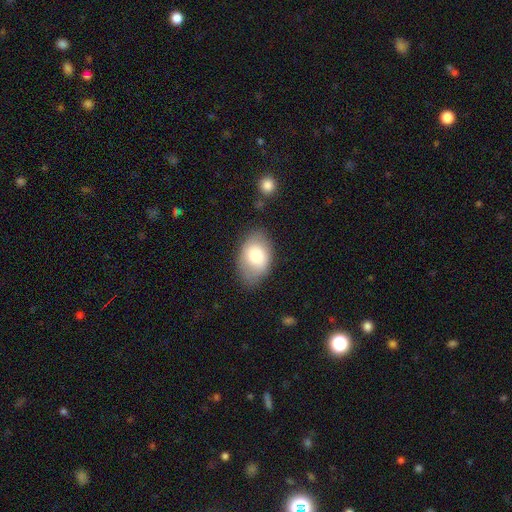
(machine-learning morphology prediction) Overall: smooth (75%). How rounded: in between (88%). Merging: none (74%).